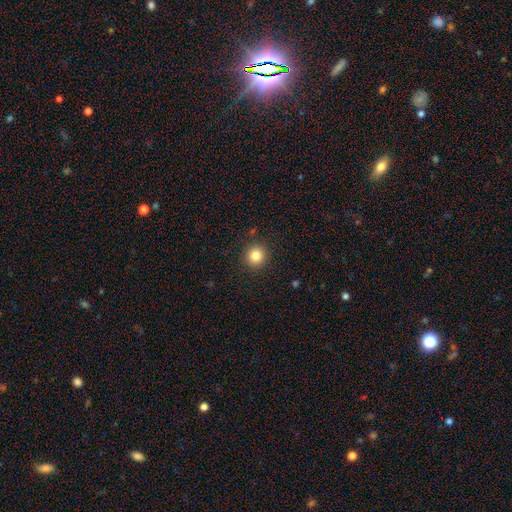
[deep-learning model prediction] Smooth or featured? smooth (83%)
How rounded? round (93%)
Merging? none (91%)